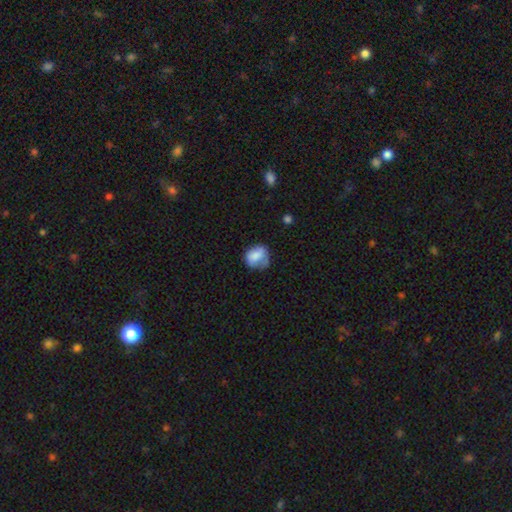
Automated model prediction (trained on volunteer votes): The model was most divided on "merging": none: 49%, minor disturbance: 33%, major disturbance: 14%, merger: 5%. More confident: smooth or featured — smooth (76%); how rounded — round (60%).